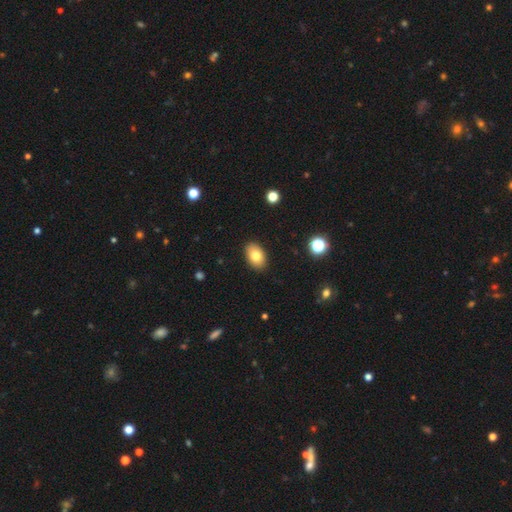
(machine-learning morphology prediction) smooth 78%, featured or disk 13%, star or artifact 9%. Down the decision tree: how rounded — in between (87%); merging — none (89%).